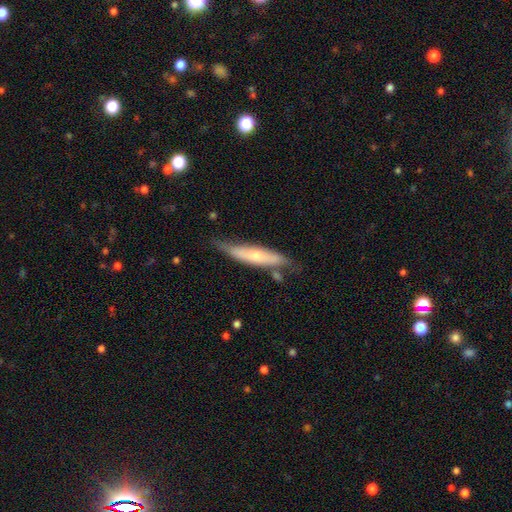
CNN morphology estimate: Smooth or featured: smooth — 48% (featured or disk — 46%)
Merging: none — 62% (minor disturbance — 26%)